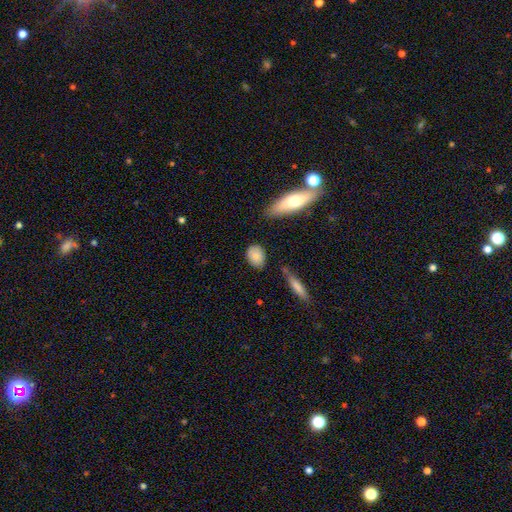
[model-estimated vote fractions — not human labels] smooth 84%, featured or disk 9%, star or artifact 7%. Down the decision tree: how rounded — in between (67%); merging — none (77%).